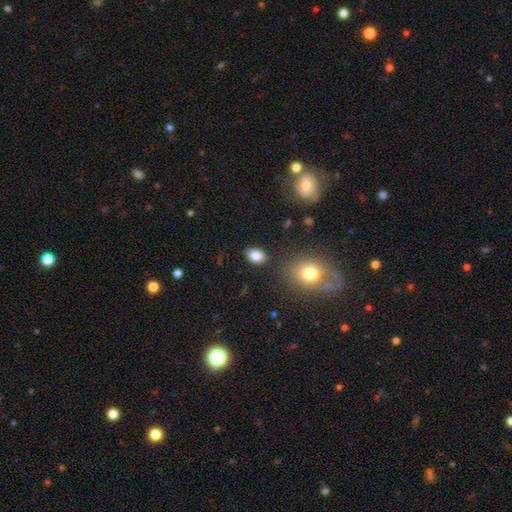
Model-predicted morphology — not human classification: Q: Smooth or featured?
A: smooth (83%); runner-up: star or artifact (10%)
Q: How rounded?
A: in between (75%); runner-up: round (24%)
Q: Merging?
A: none (84%); runner-up: minor disturbance (10%)